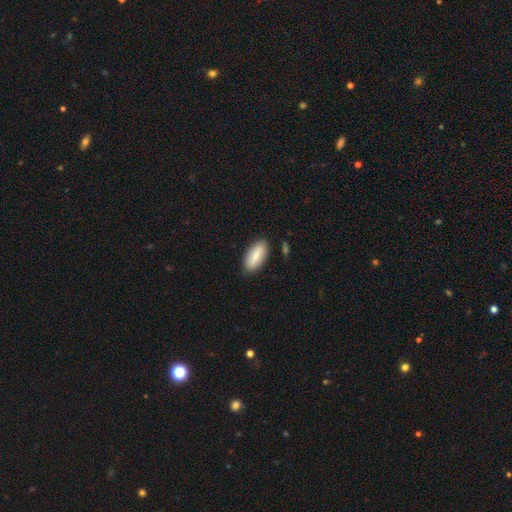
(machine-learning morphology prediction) smooth_or_featured: smooth (p=0.81) [alt: featured or disk p=0.13]
how_rounded: in between (p=0.83) [alt: cigar-shaped p=0.15]
merging: none (p=0.86) [alt: minor disturbance p=0.10]